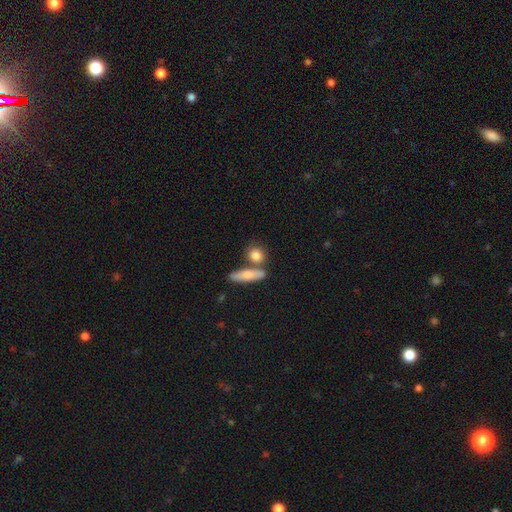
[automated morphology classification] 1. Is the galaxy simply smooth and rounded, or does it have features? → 83% smooth, 10% featured or disk, 7% star or artifact.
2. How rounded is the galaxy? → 54% round, 31% in between, 15% cigar-shaped.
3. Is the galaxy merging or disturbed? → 64% none, 22% merger, 11% minor disturbance, 4% major disturbance.